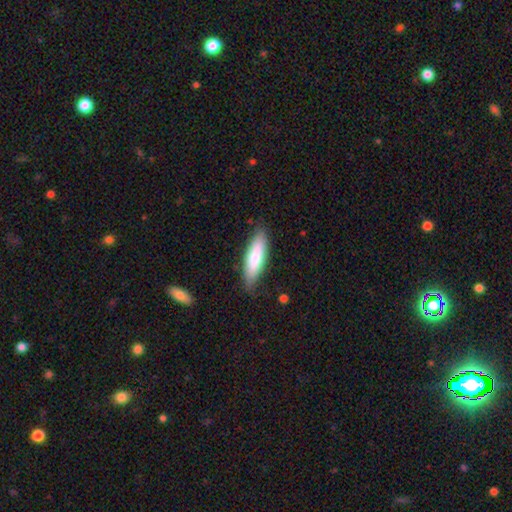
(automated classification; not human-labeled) This appears to be a smooth galaxy with no disk features (73%) that is cigar-shaped (58%). Merging: none (82%).